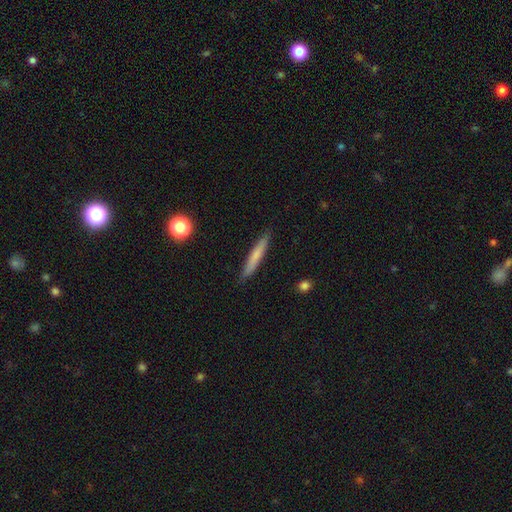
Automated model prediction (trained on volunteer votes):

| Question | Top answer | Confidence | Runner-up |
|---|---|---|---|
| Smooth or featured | smooth | 67% | featured or disk (26%) |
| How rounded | cigar-shaped | 94% | in between (4%) |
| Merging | none | 89% | minor disturbance (8%) |